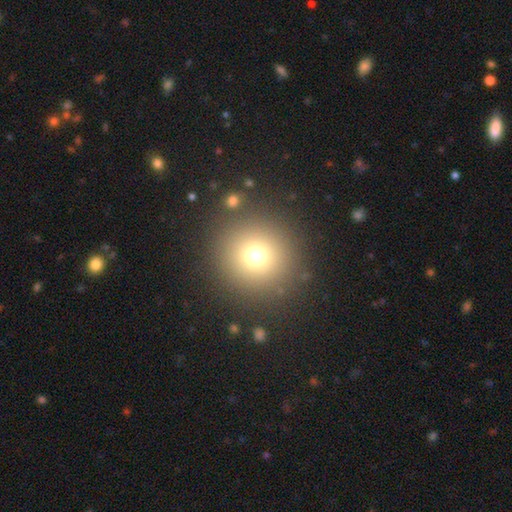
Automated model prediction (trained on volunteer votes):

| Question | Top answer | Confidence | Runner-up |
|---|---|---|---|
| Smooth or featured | smooth | 73% | star or artifact (17%) |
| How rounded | round | 95% | in between (4%) |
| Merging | none | 88% | minor disturbance (6%) |